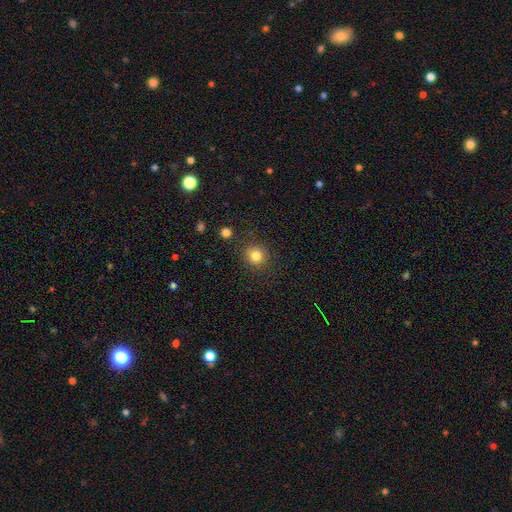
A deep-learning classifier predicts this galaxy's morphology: This is clearly a smooth galaxy (82%). How rounded: clearly round (88%). Merging: clearly none (87%).